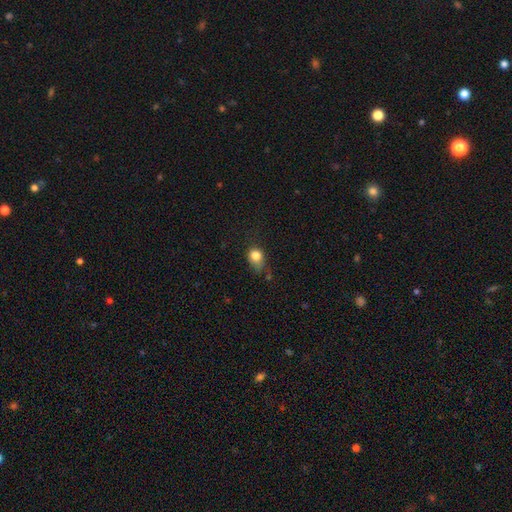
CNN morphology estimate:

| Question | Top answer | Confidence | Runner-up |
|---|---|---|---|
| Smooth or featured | smooth | 82% | star or artifact (11%) |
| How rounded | round | 62% | in between (37%) |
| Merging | none | 40% | minor disturbance (38%) |